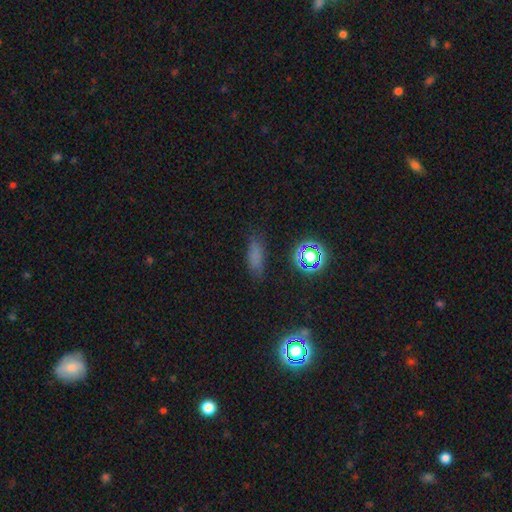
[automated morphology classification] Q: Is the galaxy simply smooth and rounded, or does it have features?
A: smooth — 68%.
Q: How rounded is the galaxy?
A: in between — 58%.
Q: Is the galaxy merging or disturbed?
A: none — 78%.